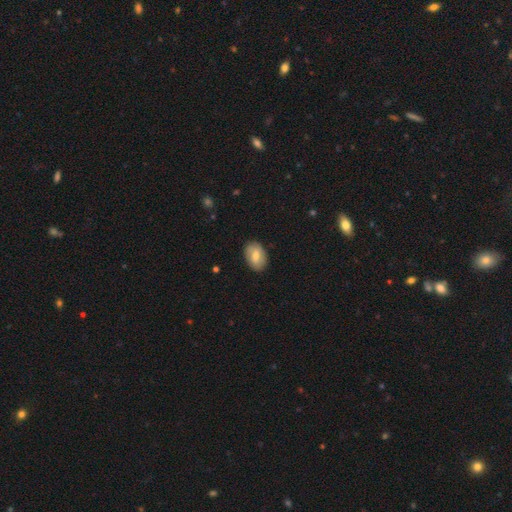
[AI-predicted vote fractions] This appears to be a smooth galaxy with no disk features (66%) that is in between round and cigar-shaped (85%). Merging: none (86%).